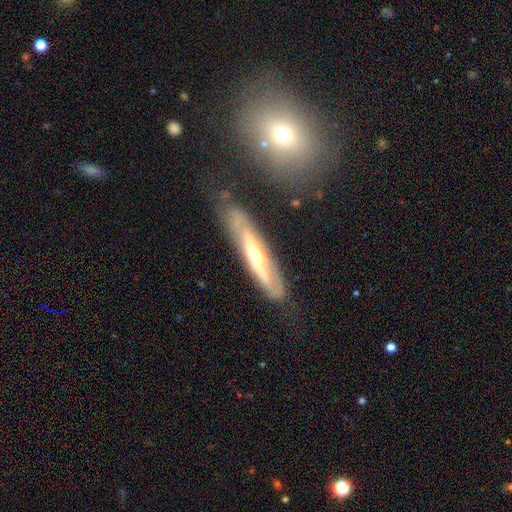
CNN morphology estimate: The model was most divided on "edge-on disk": yes: 55%, no: 45%. More confident: smooth or featured — featured or disk (73%); merging — none (70%).